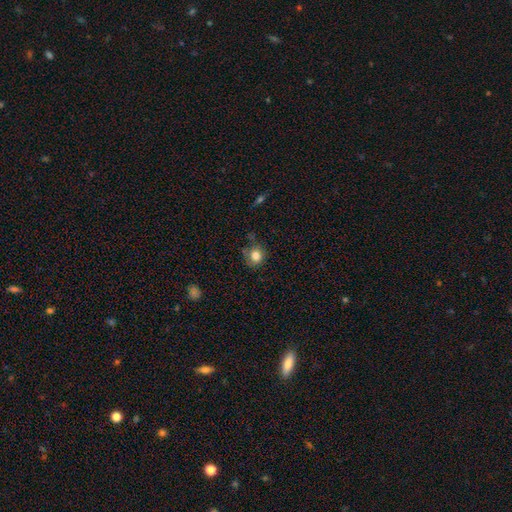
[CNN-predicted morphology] A smooth galaxy with no disk features (81%) that is round (80%). Merging: none (70%).